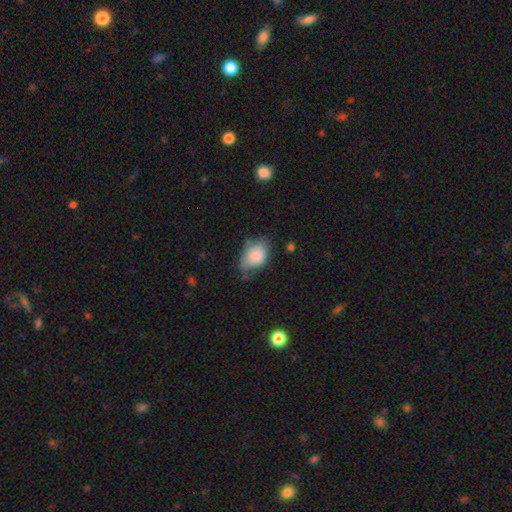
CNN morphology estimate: This is clearly a smooth galaxy (82%). How rounded: clearly in between (83%). Merging: marginally none (43%).